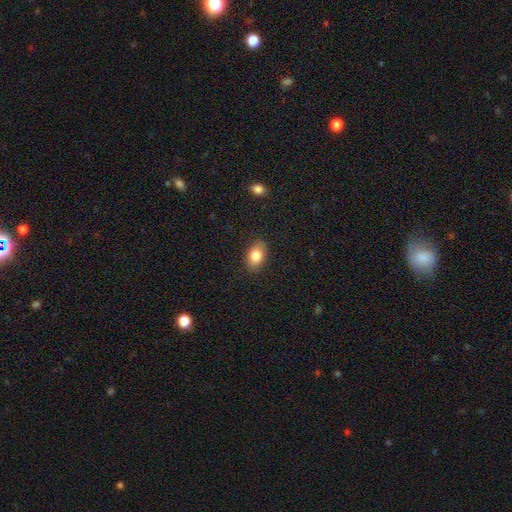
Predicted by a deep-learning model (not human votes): This is clearly a smooth galaxy (82%). How rounded: clearly in between (83%). Merging: clearly none (85%).